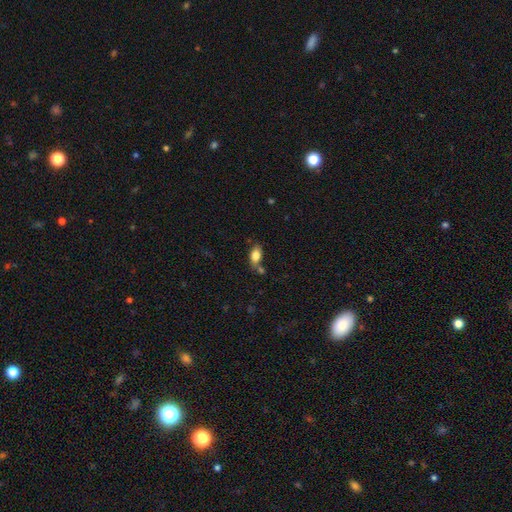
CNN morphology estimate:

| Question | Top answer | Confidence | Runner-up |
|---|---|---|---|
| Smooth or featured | smooth | 81% | featured or disk (11%) |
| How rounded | in between | 89% | round (6%) |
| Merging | none | 63% | minor disturbance (16%) |